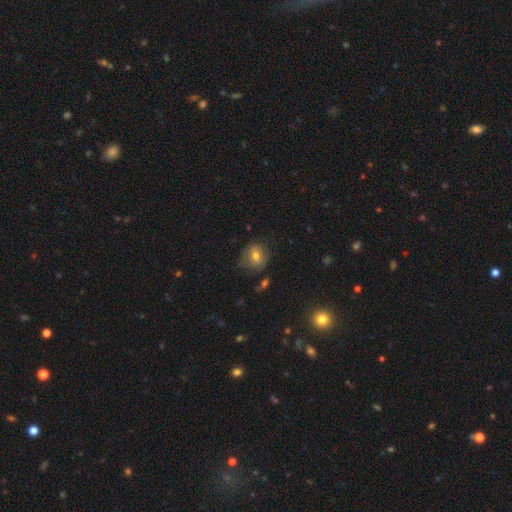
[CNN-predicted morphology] smooth-or-featured: smooth: 69% | featured or disk: 21% | star or artifact: 10%
  how-rounded: round: 71% | in between: 28% | cigar-shaped: 1%
  merging: none: 66% | minor disturbance: 23% | major disturbance: 8% | merger: 3%